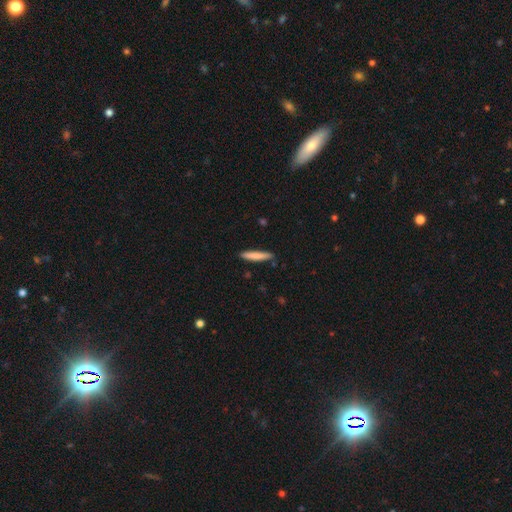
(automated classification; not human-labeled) This appears to be a smooth galaxy with no disk features (79%) that is cigar-shaped (93%). Merging: none (87%).